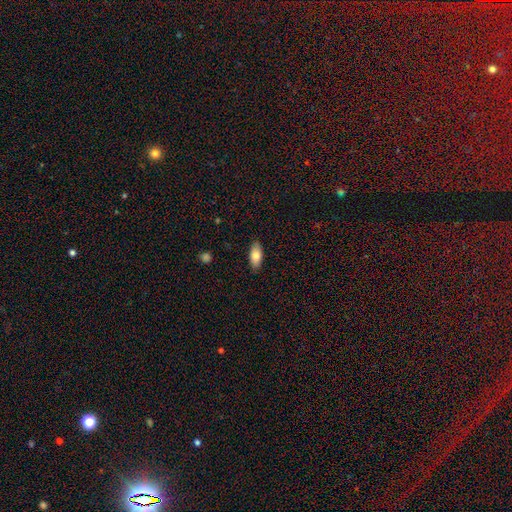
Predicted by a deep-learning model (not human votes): Smooth or featured: smooth — 79% (featured or disk — 15%)
How rounded: in between — 87% (cigar-shaped — 11%)
Merging: none — 88% (minor disturbance — 9%)